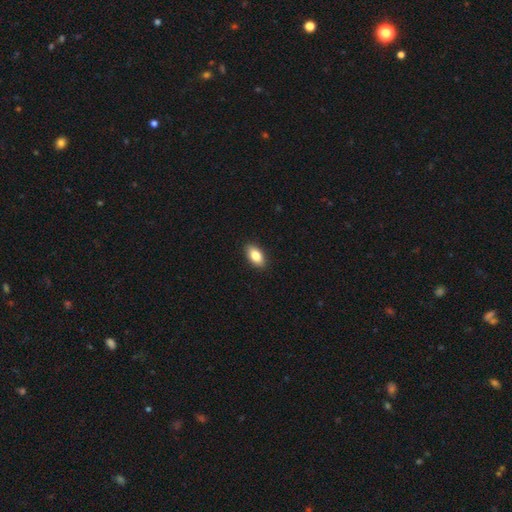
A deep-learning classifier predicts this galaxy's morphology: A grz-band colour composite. It shows a smooth galaxy with no disk features (84%) that is in between round and cigar-shaped (92%). Merging: none (89%).